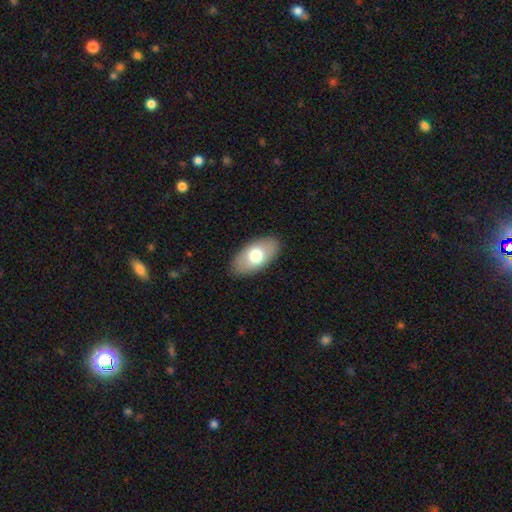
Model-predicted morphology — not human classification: Smooth or featured: smooth — 70% (featured or disk — 24%)
How rounded: in between — 94% (round — 4%)
Merging: none — 86% (minor disturbance — 10%)